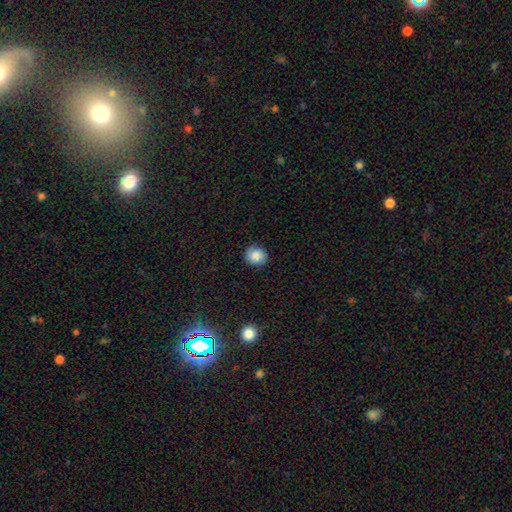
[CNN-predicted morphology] This is clearly a smooth galaxy (87%). How rounded: clearly round (83%). Merging: clearly none (88%).